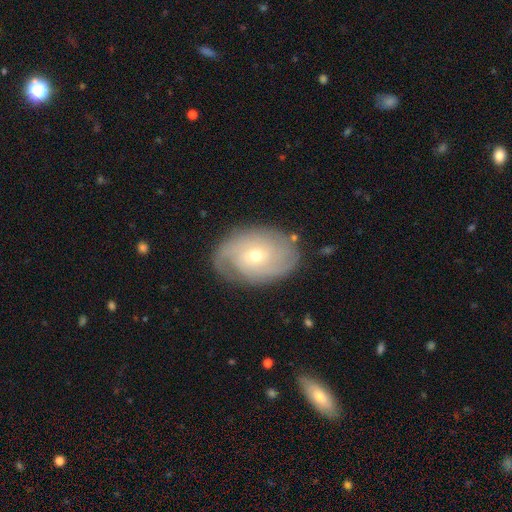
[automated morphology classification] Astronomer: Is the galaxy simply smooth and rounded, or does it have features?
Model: featured or disk — 75%.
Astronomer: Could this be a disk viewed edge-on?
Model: no — 96%.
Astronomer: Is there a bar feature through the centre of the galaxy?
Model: no — 75%.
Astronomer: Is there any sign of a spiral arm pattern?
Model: yes — 88%.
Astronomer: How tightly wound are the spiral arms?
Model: tight — 60%.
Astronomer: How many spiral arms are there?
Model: can't tell — 35% (runner-up: 2, 33%).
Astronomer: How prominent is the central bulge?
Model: small — 57% (runner-up: moderate, 40%).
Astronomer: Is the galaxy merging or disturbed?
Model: none — 79%.